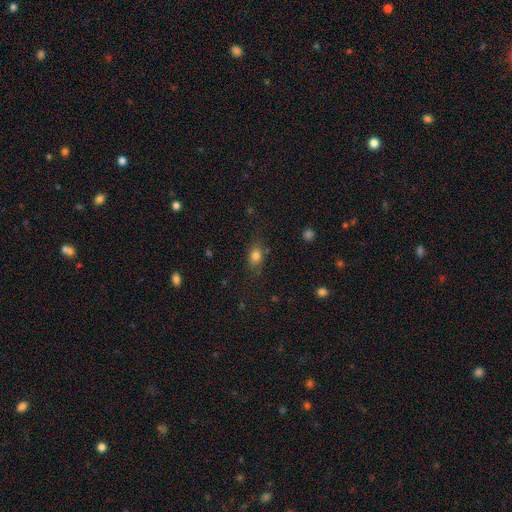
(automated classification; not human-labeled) A smooth galaxy with no disk features (79%) that is in between round and cigar-shaped (66%). Merging: none (75%).